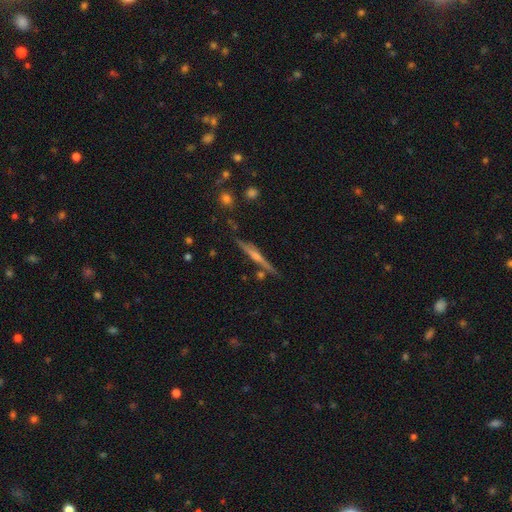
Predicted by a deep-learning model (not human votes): This is likely a featured or disk galaxy (72%). It is clearly viewed edge-on (97%). Edge-on bulge: likely rounded (62%). Merging: clearly none (84%).